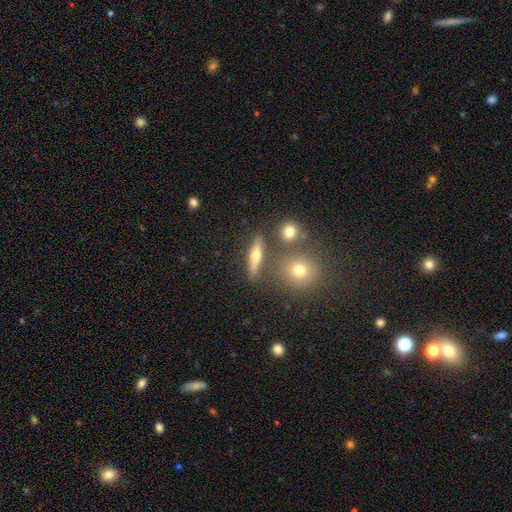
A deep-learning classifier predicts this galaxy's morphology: Smooth or featured: smooth — 51% (featured or disk — 35%)
How rounded: cigar-shaped — 46% (in between — 30%)
Merging: none — 75% (merger — 11%)